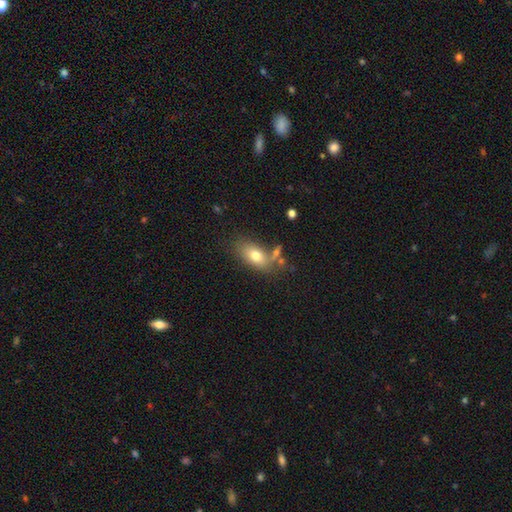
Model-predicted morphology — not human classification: Smooth or featured? Predicted: smooth (p=0.74). How rounded? Predicted: in between (p=0.87). Merging? Predicted: none (p=0.58).